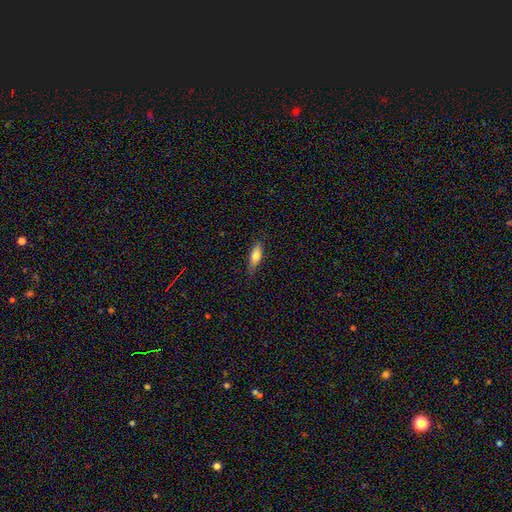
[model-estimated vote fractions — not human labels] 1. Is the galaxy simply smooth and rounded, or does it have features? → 72% smooth, 21% featured or disk, 7% star or artifact.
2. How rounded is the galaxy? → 60% in between, 37% cigar-shaped, 3% round.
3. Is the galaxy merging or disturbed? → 77% none, 19% minor disturbance, 3% major disturbance, 1% merger.